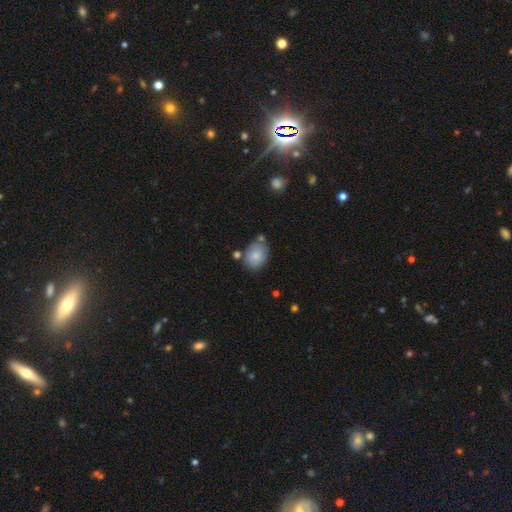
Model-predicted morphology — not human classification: type=smooth (81%); roundness=in between (72%); merging=none (66%).